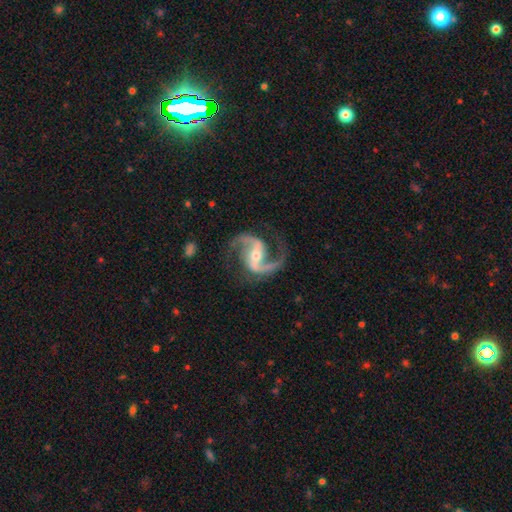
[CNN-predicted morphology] Q: Smooth or featured?
A: featured or disk (93%); runner-up: star or artifact (4%)
Q: Edge-on disk?
A: no (98%); runner-up: yes (2%)
Q: Bar?
A: strong (43%); runner-up: weak (36%)
Q: Spiral arms?
A: yes (98%); runner-up: no (2%)
Q: Spiral winding?
A: medium (58%); runner-up: loose (32%)
Q: Spiral arm count?
A: 2 (94%); runner-up: 3 (2%)
Q: Bulge size?
A: moderate (50%); runner-up: small (46%)
Q: Merging?
A: none (80%); runner-up: minor disturbance (12%)